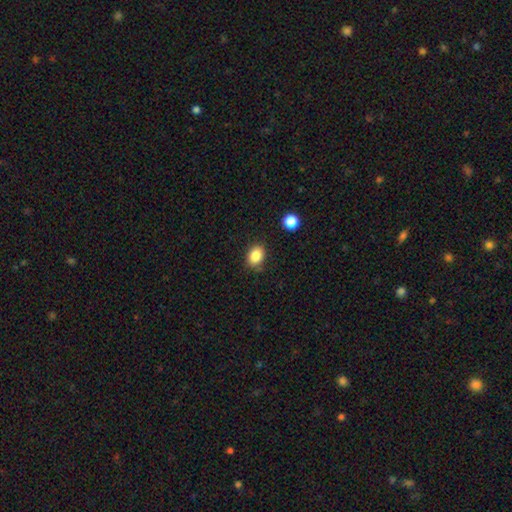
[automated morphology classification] Smooth or featured: smooth — 85% (star or artifact — 10%)
How rounded: in between — 65% (round — 34%)
Merging: none — 80% (minor disturbance — 14%)